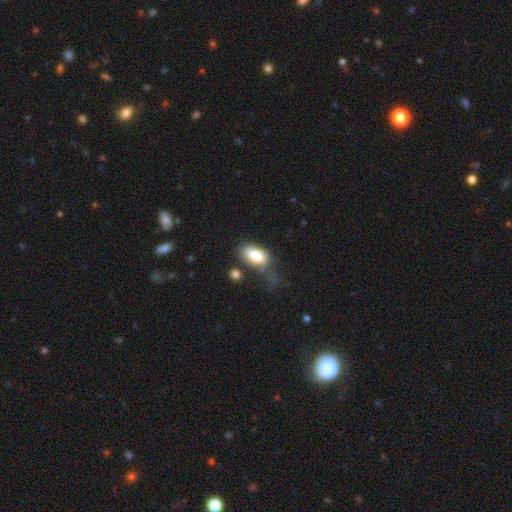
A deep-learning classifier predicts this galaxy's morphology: Smooth or featured? smooth (80%)
How rounded? in between (90%)
Merging? none (33%)